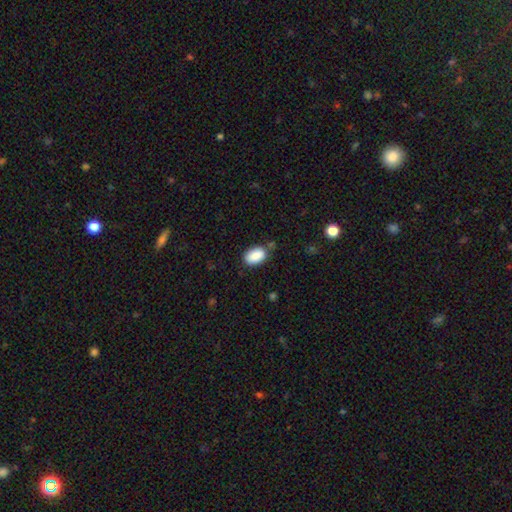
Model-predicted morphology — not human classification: This is clearly a smooth galaxy (89%). How rounded: clearly in between (91%). Merging: likely none (79%).